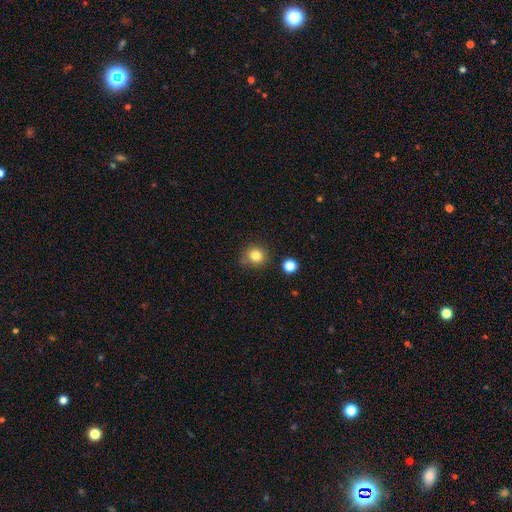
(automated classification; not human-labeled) This is clearly a smooth galaxy (82%). How rounded: clearly round (88%). Merging: likely none (79%).